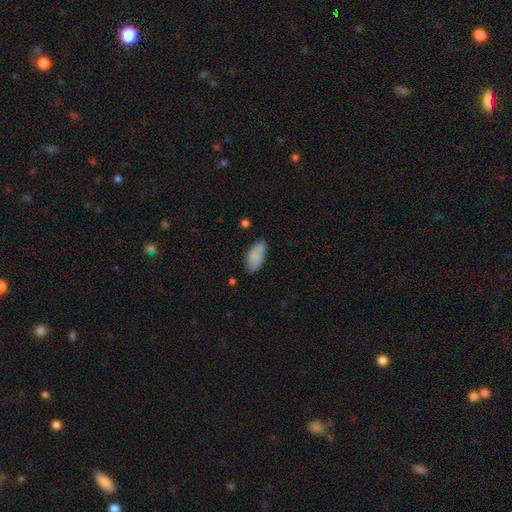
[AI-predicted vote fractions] Smooth or featured? Predicted: smooth (p=0.79). How rounded? Predicted: in between (p=0.90). Merging? Predicted: none (p=0.65).